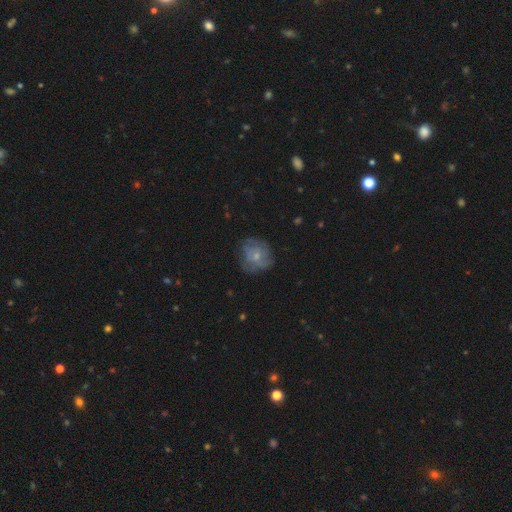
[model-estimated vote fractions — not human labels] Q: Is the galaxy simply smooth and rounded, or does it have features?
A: smooth — 47%.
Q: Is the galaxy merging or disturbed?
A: none — 62%.